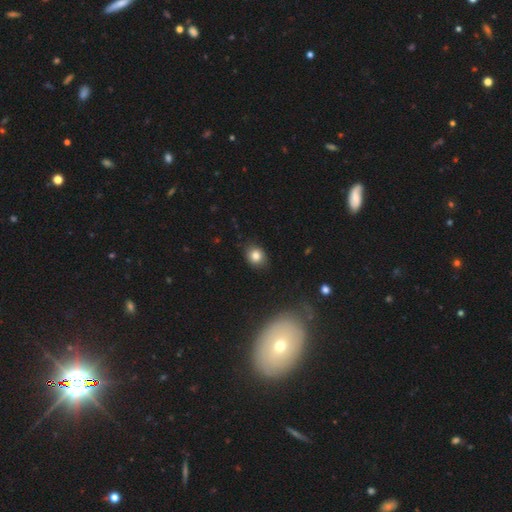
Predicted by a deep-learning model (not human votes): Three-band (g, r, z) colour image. It shows a smooth galaxy with no disk features (81%) that is round (61%). Merging: none (85%).